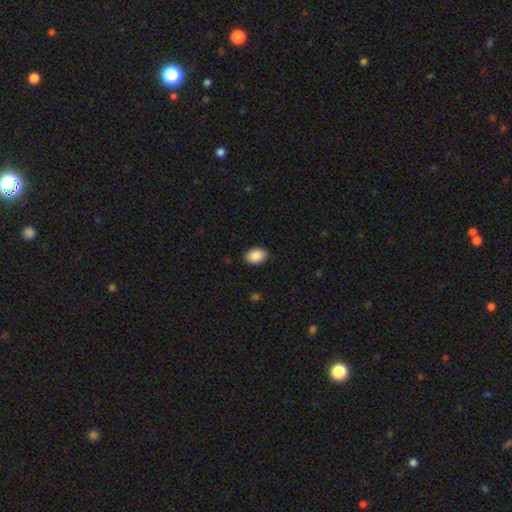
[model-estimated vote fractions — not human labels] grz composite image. It shows a smooth galaxy with no disk features (88%) that is in between round and cigar-shaped (83%). Merging: none (87%).